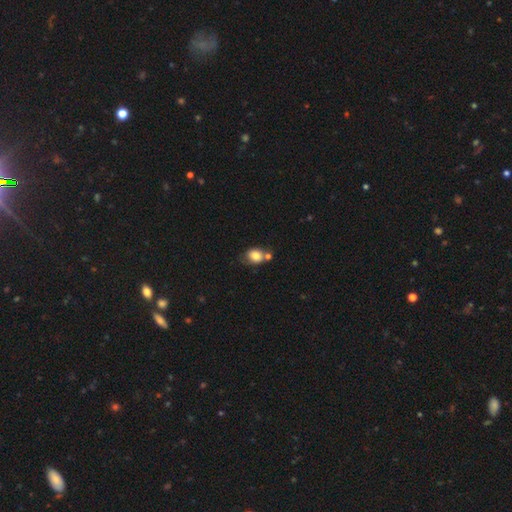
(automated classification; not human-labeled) This is clearly a smooth galaxy (81%). How rounded: possibly in between (51%). Merging: marginally none (43%).